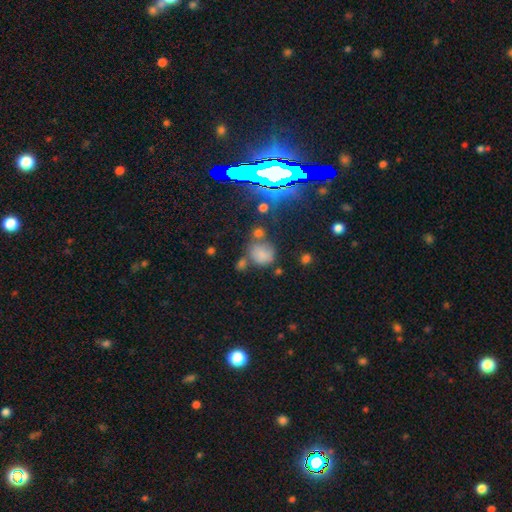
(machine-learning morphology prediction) Smooth or featured: smooth — 56% (star or artifact — 31%)
How rounded: round — 71% (in between — 27%)
Merging: none — 55% (minor disturbance — 19%)